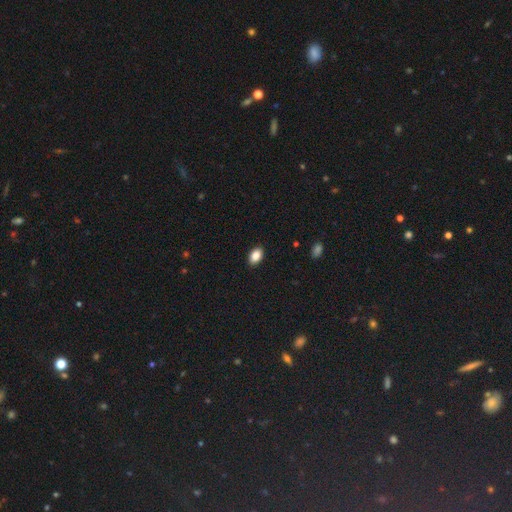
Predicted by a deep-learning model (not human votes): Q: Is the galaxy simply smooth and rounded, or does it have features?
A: smooth — 87%.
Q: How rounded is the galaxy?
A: in between — 89%.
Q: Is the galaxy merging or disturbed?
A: none — 90%.